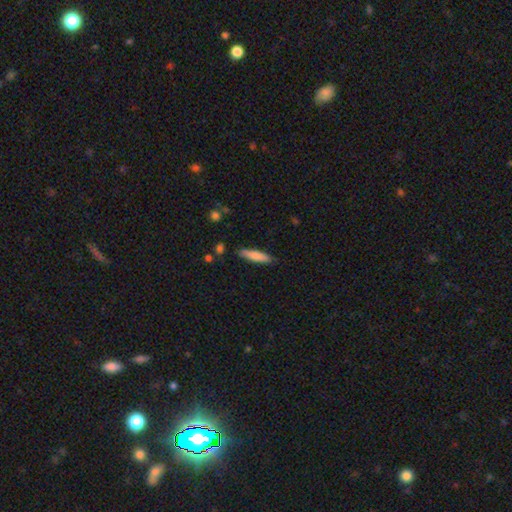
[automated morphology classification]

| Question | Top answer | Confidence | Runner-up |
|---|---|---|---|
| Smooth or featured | smooth | 79% | featured or disk (15%) |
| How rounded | cigar-shaped | 78% | in between (20%) |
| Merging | none | 85% | minor disturbance (11%) |